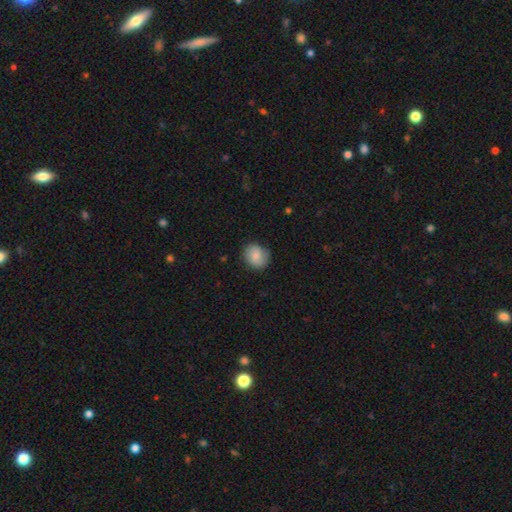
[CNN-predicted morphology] smooth_or_featured: smooth (p=0.80) [alt: featured or disk p=0.12]
how_rounded: round (p=0.73) [alt: in between p=0.26]
merging: none (p=0.81) [alt: minor disturbance p=0.15]